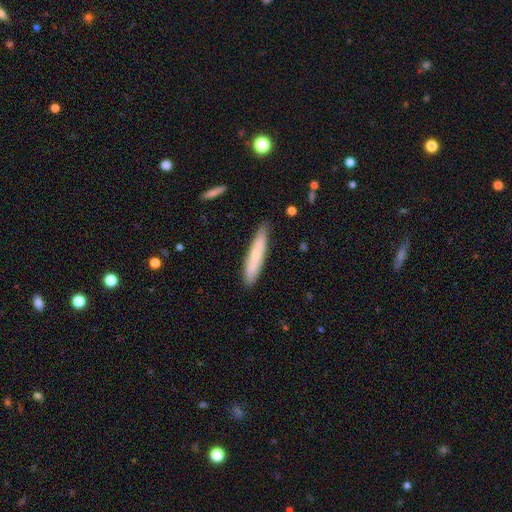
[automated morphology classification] This appears to be a smooth galaxy with no disk features (66%) that is cigar-shaped (91%). Merging: none (85%).